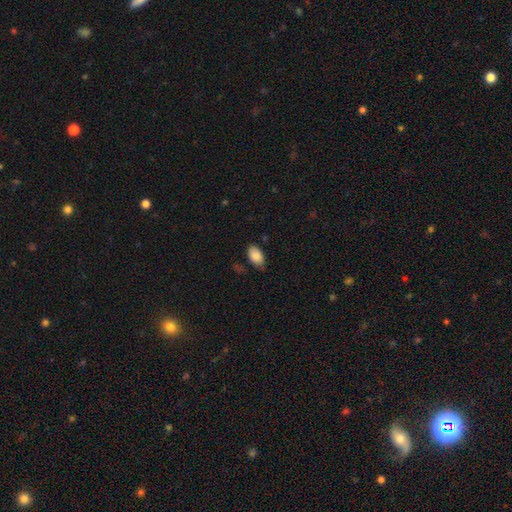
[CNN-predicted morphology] Q: Smooth or featured?
A: smooth (88%); runner-up: star or artifact (7%)
Q: How rounded?
A: in between (94%); runner-up: round (4%)
Q: Merging?
A: none (74%); runner-up: minor disturbance (21%)